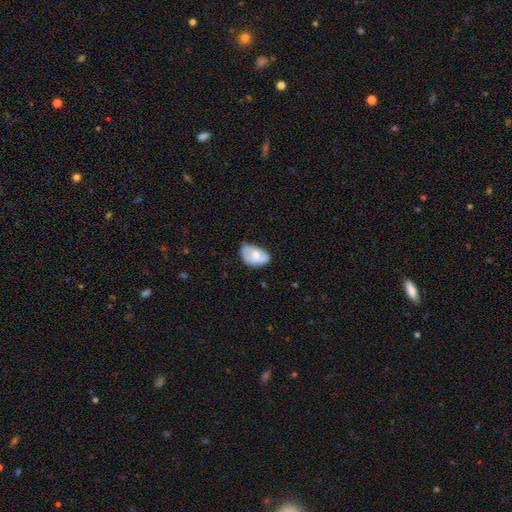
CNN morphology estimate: A smooth galaxy with no disk features (60%) that is in between round and cigar-shaped (89%). Merging: none (47%).